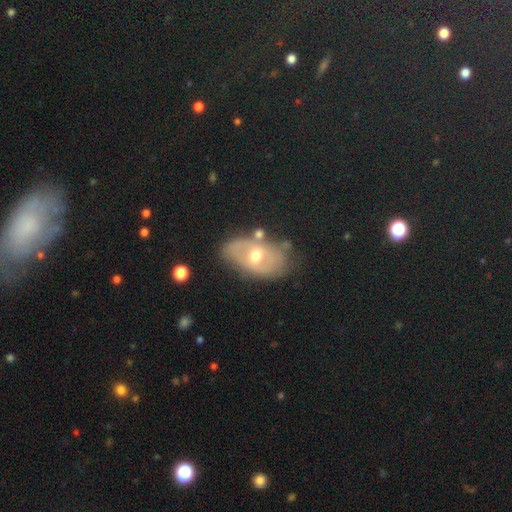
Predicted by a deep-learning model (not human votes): Smooth or featured? featured or disk (56%)
Edge-on disk? no (90%)
Bar? no (66%)
Spiral arms? no (56%)
Bulge size? moderate (74%)
Merging? none (70%)